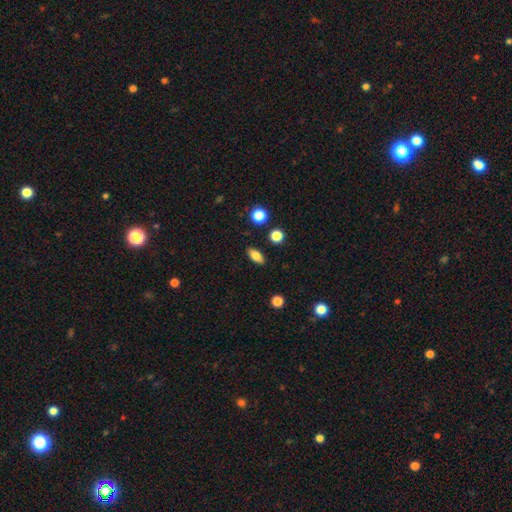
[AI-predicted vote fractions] Smooth or featured? Predicted: smooth (p=0.81). How rounded? Predicted: in between (p=0.83). Merging? Predicted: none (p=0.88).